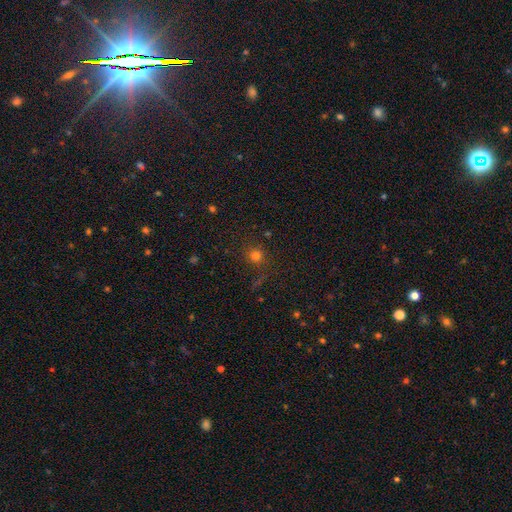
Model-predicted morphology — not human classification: Smooth or featured? smooth (73%)
How rounded? round (90%)
Merging? none (79%)